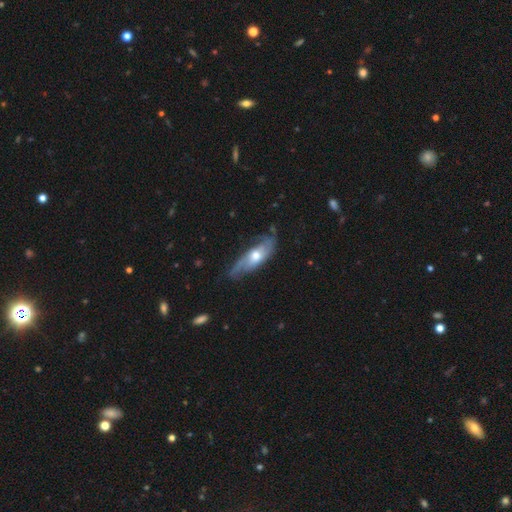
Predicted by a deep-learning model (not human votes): A featured or disk galaxy (66%).

Vote fractions:
- Smooth or featured? featured or disk: 66% / smooth: 29% / star or artifact: 6%
- Edge-on disk? no: 74% / yes: 26%
- Merging? none: 61% / minor disturbance: 27% / major disturbance: 10% / merger: 2%